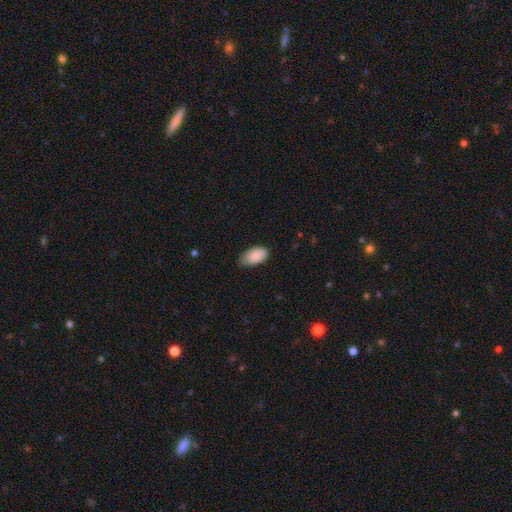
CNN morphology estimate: A smooth galaxy with no disk features (86%) that is in between round and cigar-shaped (95%).

Vote fractions:
- Smooth or featured? smooth: 86% / featured or disk: 7% / star or artifact: 7%
- How rounded? in between: 95% / round: 4% / cigar-shaped: 2%
- Merging? none: 73% / minor disturbance: 23% / major disturbance: 3% / merger: 1%